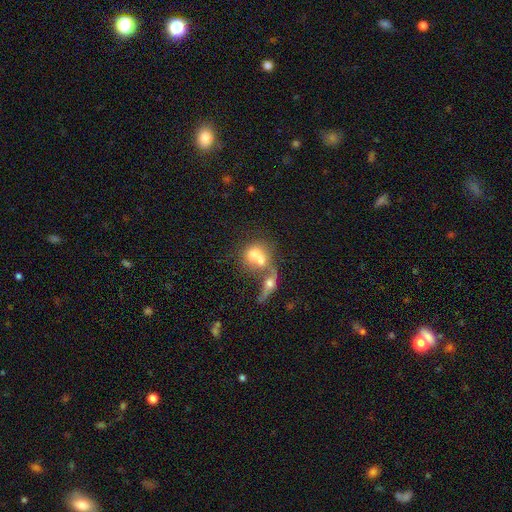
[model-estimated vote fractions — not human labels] smooth 58%, featured or disk 32%, star or artifact 9%. Down the decision tree: how rounded — round (60%); merging — merger (73%).